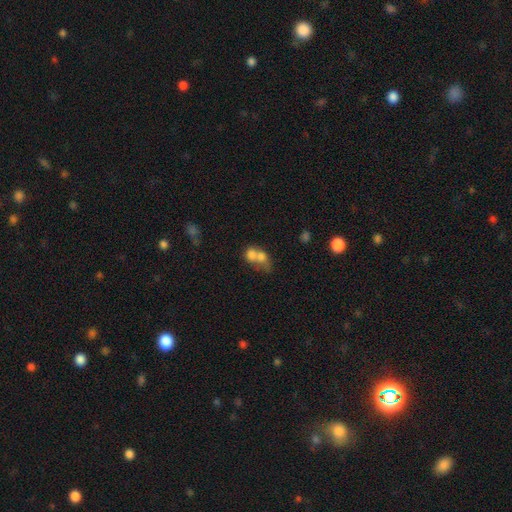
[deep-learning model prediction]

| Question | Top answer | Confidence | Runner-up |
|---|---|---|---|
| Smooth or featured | smooth | 68% | featured or disk (21%) |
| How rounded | round | 53% | in between (45%) |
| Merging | merger | 71% | none (17%) |